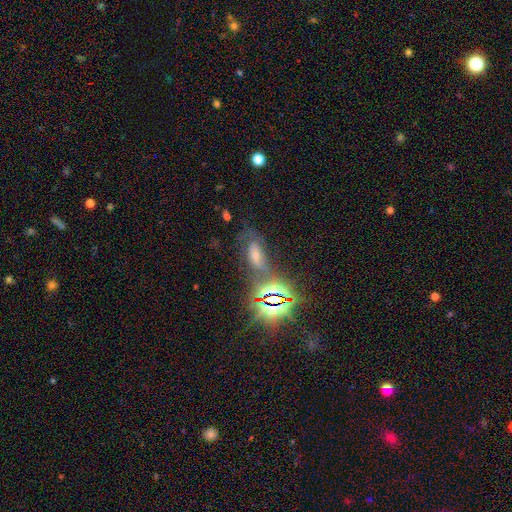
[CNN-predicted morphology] smooth_or_featured: star or artifact (p=0.53) [alt: featured or disk p=0.28]